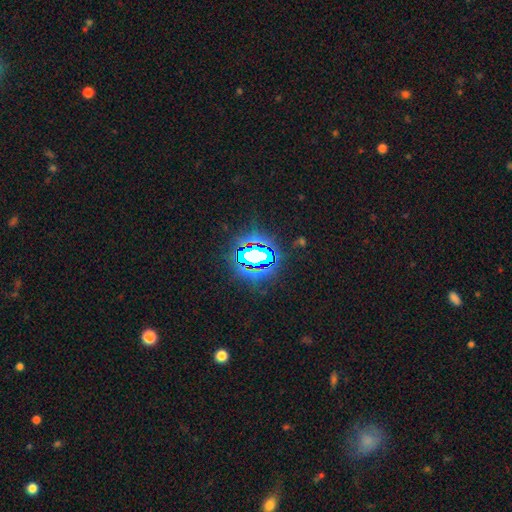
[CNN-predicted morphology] smooth-or-featured: star or artifact: 68% | smooth: 18% | featured or disk: 14%